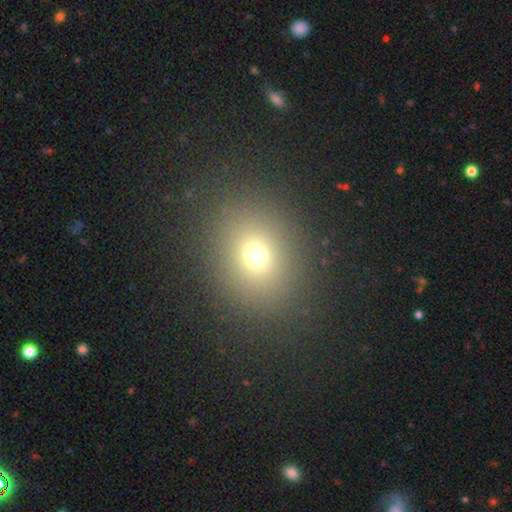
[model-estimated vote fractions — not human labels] smooth 69%, star or artifact 20%, featured or disk 11%. Down the decision tree: how rounded — round (62%); merging — none (88%).